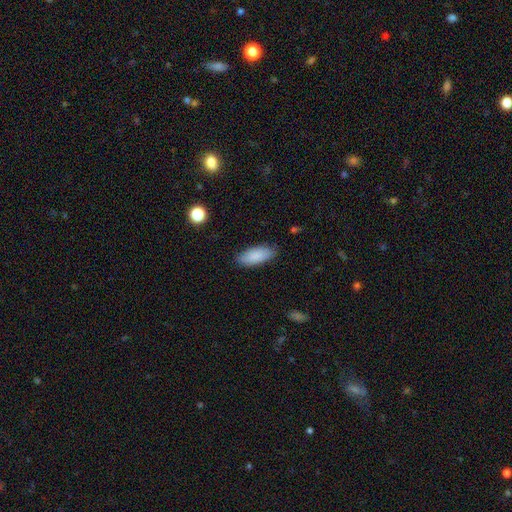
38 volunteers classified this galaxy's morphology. Q: Smooth or featured?
A: smooth (84%); runner-up: featured or disk (8%)
Q: How rounded?
A: in between (78%); runner-up: cigar-shaped (22%)
Q: Merging?
A: none (89%); runner-up: minor disturbance (9%)